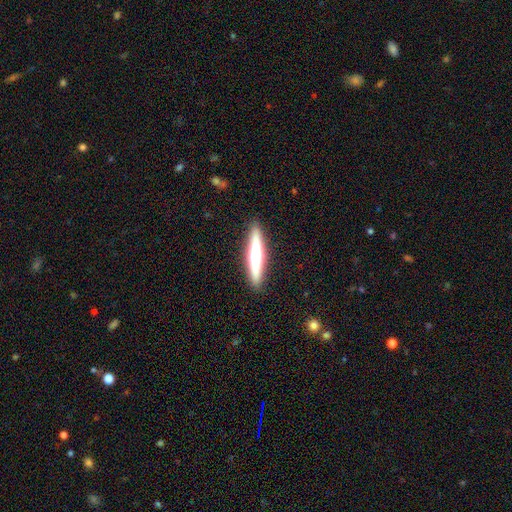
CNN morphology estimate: Q: Smooth or featured?
A: featured or disk (54%); runner-up: smooth (40%)
Q: Edge-on disk?
A: yes (96%); runner-up: no (4%)
Q: Edge-on bulge?
A: rounded (67%); runner-up: none (18%)
Q: Merging?
A: none (91%); runner-up: minor disturbance (7%)